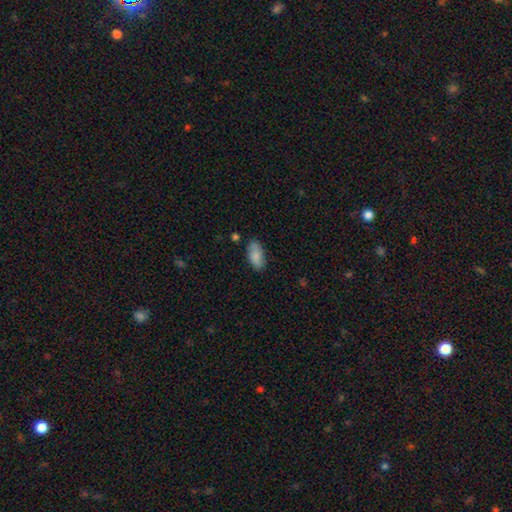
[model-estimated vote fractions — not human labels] This appears to be a smooth galaxy with no disk features (84%) that is in between round and cigar-shaped (90%). Merging: none (76%).